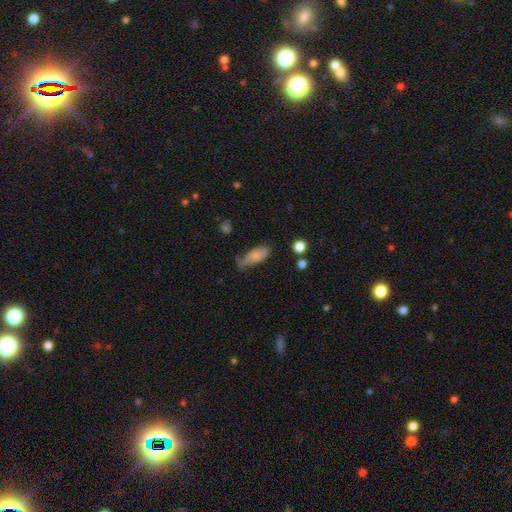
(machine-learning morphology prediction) type=smooth (71%); roundness=in between (79%); merging=none (47%).